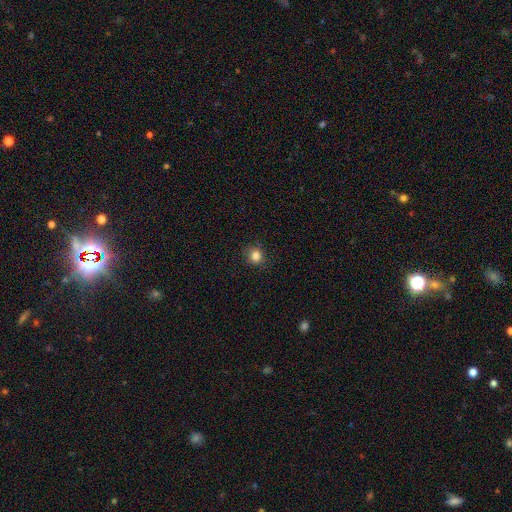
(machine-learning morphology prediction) Smooth or featured?
  - smooth: 83% *
  - star or artifact: 12%
  - featured or disk: 5%
How rounded?
  - round: 89% *
  - in between: 10%
  - cigar-shaped: 1%
Merging?
  - none: 88% *
  - minor disturbance: 9%
  - major disturbance: 2%
  - merger: 1%